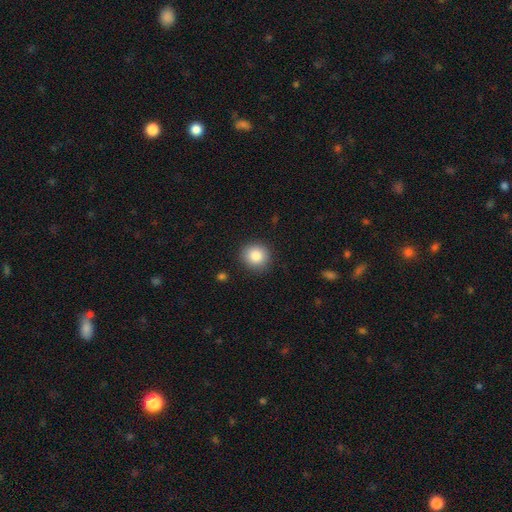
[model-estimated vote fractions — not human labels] Smooth or featured: smooth — 86% (star or artifact — 9%)
How rounded: round — 89% (in between — 10%)
Merging: none — 89% (minor disturbance — 8%)